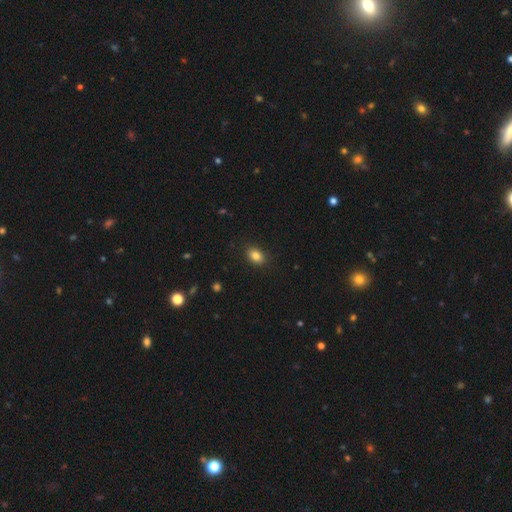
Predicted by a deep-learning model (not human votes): The model was most divided on "how rounded": in between: 77%, round: 22%, cigar-shaped: 1%. More confident: merging — none (87%); smooth or featured — smooth (85%).